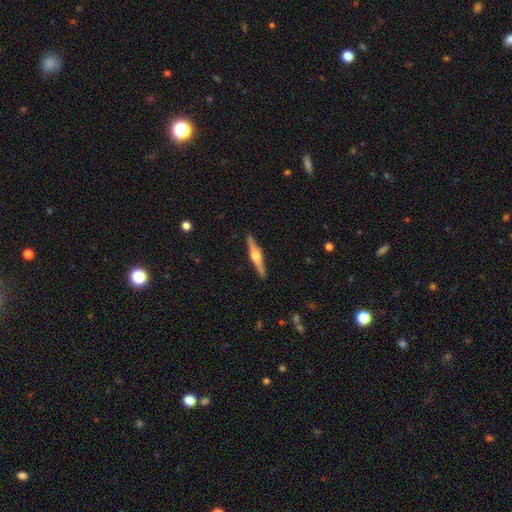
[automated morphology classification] featured or disk 77%, smooth 18%, star or artifact 5%. Down the decision tree: edge-on disk — yes (98%); edge-on bulge — rounded (92%); merging — none (91%).